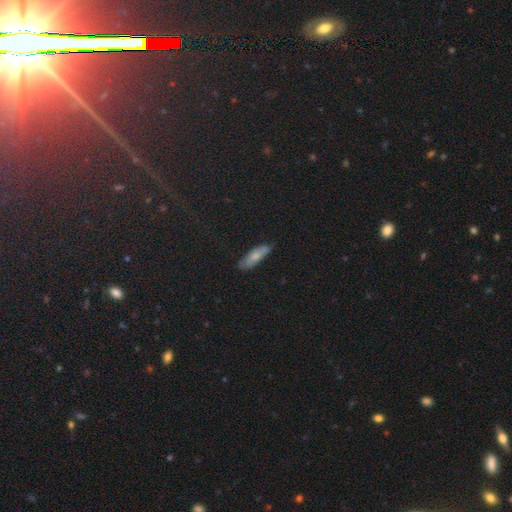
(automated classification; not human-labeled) Q: Smooth or featured?
A: smooth (63%); runner-up: featured or disk (28%)
Q: How rounded?
A: in between (54%); runner-up: cigar-shaped (44%)
Q: Merging?
A: none (74%); runner-up: minor disturbance (21%)